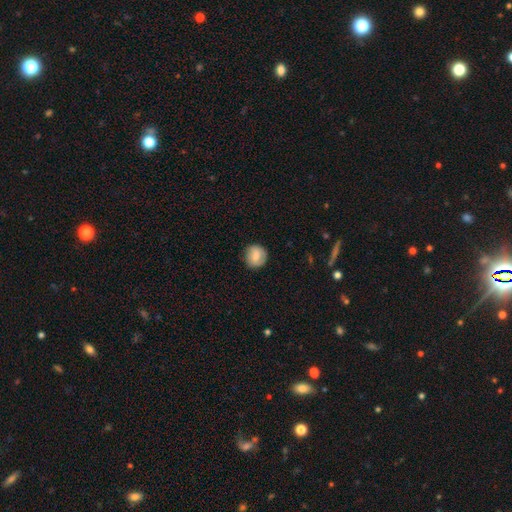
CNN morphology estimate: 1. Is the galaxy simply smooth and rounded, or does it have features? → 77% smooth, 16% featured or disk, 7% star or artifact.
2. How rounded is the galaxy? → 90% round, 9% in between, 1% cigar-shaped.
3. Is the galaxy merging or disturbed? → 85% none, 11% minor disturbance, 3% major disturbance, 1% merger.